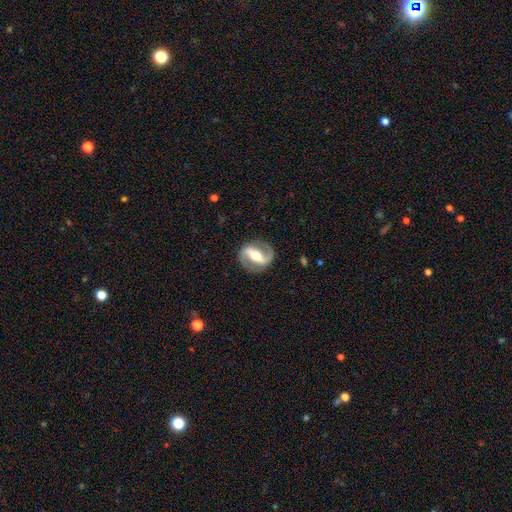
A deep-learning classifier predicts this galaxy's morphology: This appears to be a featured or disk galaxy (86%) with a strong bar (66%), 2 (92%) medium (47%) spiral arms (90%) and a moderate central bulge (68%). Merging: none (86%).